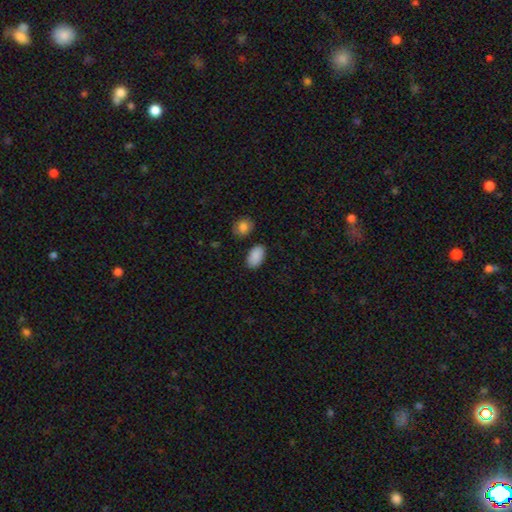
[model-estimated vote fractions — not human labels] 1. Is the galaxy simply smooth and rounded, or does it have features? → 89% smooth, 7% star or artifact, 4% featured or disk.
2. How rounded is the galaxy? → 93% in between, 5% round, 1% cigar-shaped.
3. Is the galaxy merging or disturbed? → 84% none, 10% minor disturbance, 3% merger, 2% major disturbance.